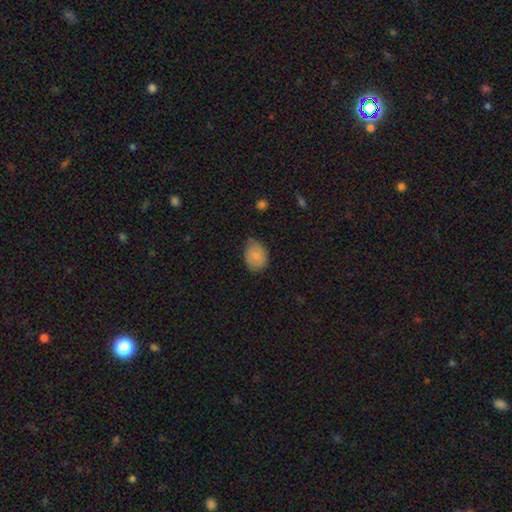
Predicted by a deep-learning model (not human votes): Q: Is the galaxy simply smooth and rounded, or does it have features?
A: smooth — 77%.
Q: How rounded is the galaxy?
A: in between — 64%.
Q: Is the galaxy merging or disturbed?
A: none — 60%.